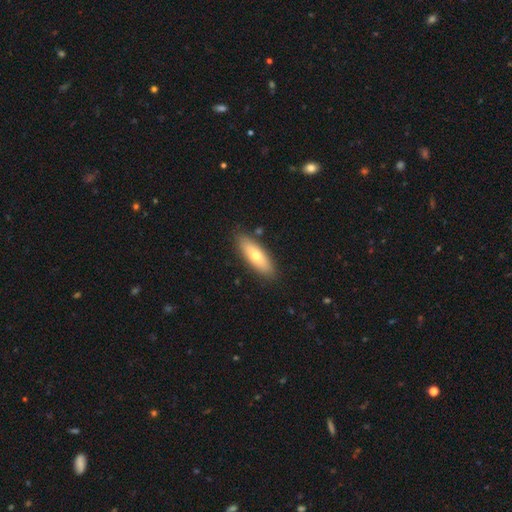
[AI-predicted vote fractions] Smooth or featured? Predicted: smooth (p=0.65). How rounded? Predicted: in between (p=0.56). Merging? Predicted: none (p=0.87).